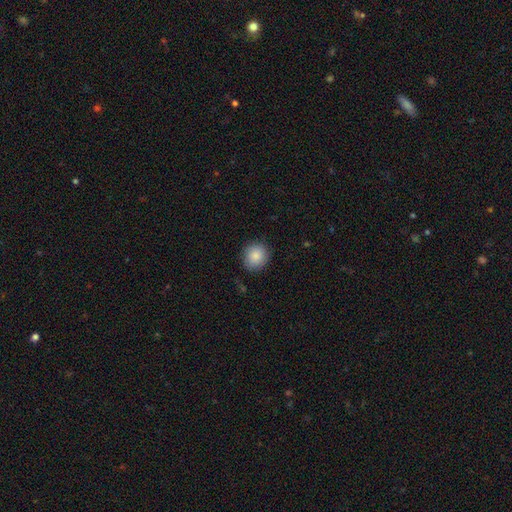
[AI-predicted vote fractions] Smooth or featured?
  - smooth: 87% *
  - star or artifact: 8%
  - featured or disk: 5%
How rounded?
  - round: 83% *
  - in between: 17%
  - cigar-shaped: 1%
Merging?
  - none: 85% *
  - minor disturbance: 11%
  - major disturbance: 2%
  - merger: 1%